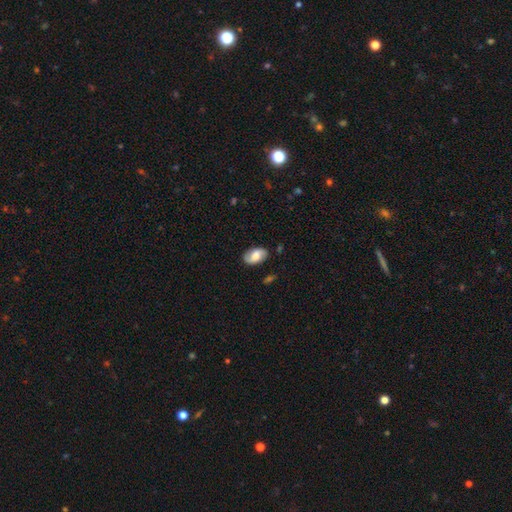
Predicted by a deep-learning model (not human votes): Overall: smooth (49%; featured or disk 44%). Merging: none (80%).